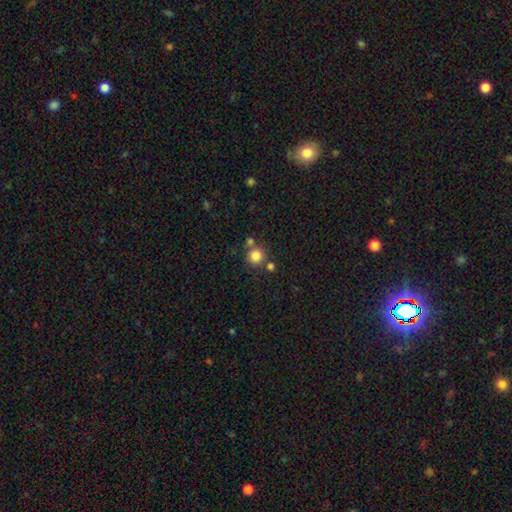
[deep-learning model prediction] This appears to be a smooth galaxy with no disk features (83%) that is round (92%). Merging: none (71%).